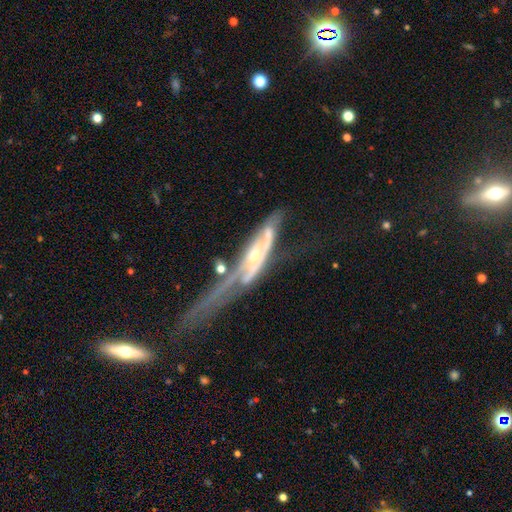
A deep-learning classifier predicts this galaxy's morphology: This appears to be a featured or disk galaxy (77%). Merging: major disturbance (43%).